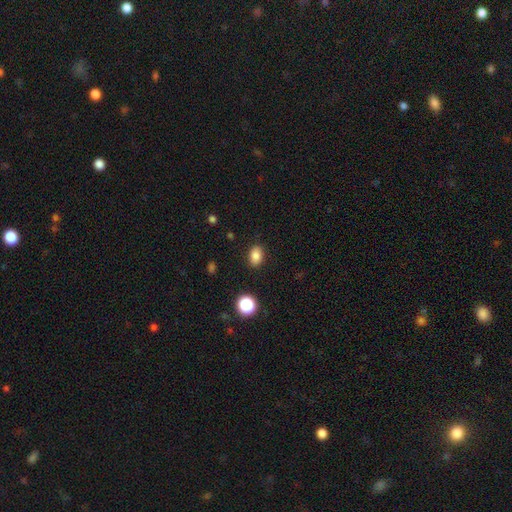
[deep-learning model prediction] Q: Smooth or featured?
A: smooth (84%); runner-up: star or artifact (11%)
Q: How rounded?
A: in between (78%); runner-up: round (21%)
Q: Merging?
A: none (88%); runner-up: minor disturbance (8%)